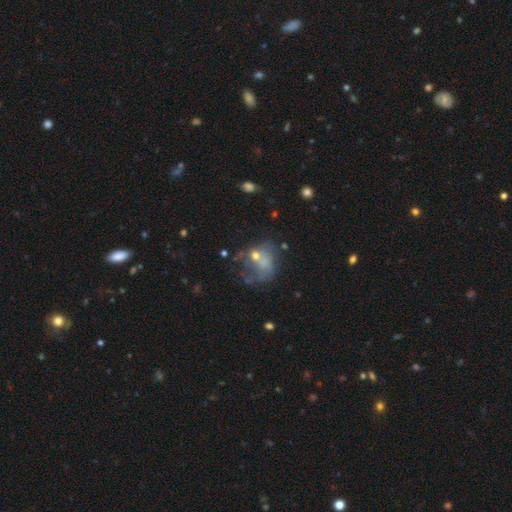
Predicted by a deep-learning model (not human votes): This is marginally a featured or disk galaxy (44%). Merging: marginally major disturbance (39%).